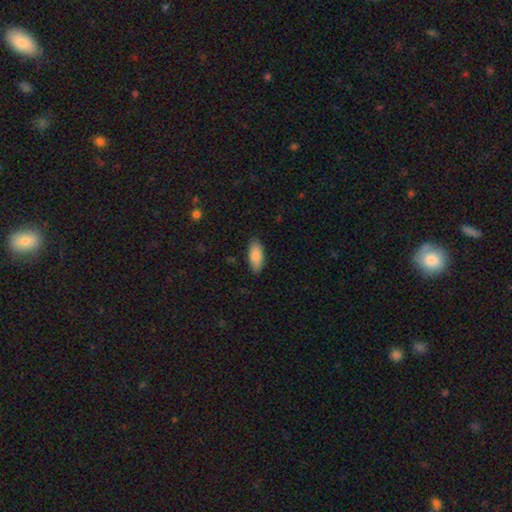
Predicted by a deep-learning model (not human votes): Smooth or featured: smooth — 87% (featured or disk — 7%)
How rounded: in between — 82% (cigar-shaped — 16%)
Merging: none — 85% (minor disturbance — 12%)